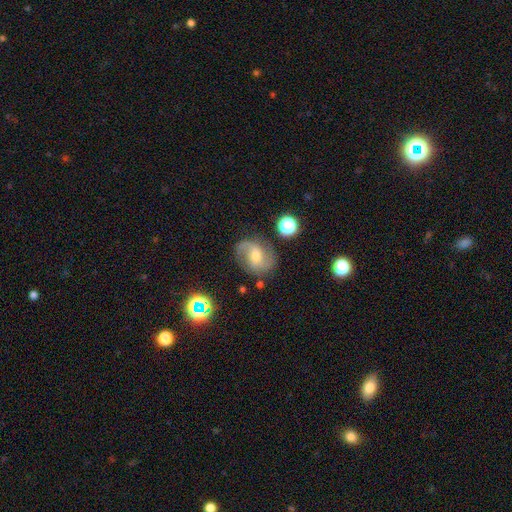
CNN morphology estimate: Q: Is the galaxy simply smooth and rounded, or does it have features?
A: featured or disk — 70%.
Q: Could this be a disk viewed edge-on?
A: no — 97%.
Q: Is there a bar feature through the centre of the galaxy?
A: weak — 48%.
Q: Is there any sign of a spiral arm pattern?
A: yes — 92%.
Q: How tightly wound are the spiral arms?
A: medium — 46%.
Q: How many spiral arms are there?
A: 2 — 83%.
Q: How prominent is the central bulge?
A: moderate — 54%.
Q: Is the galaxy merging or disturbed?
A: none — 73%.